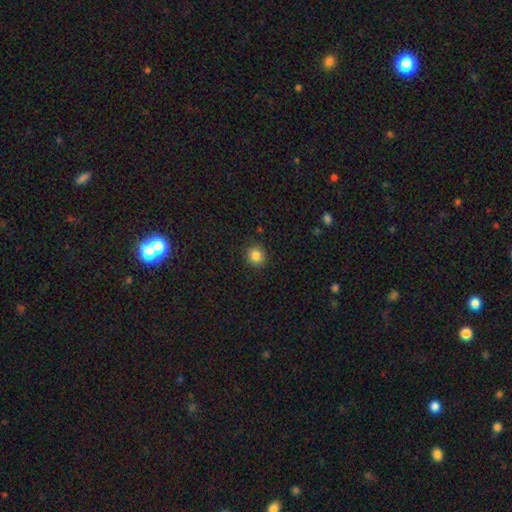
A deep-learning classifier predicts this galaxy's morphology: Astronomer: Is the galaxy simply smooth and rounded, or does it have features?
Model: smooth — 85%.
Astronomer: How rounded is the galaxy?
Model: round — 87%.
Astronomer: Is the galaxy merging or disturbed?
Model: none — 91%.